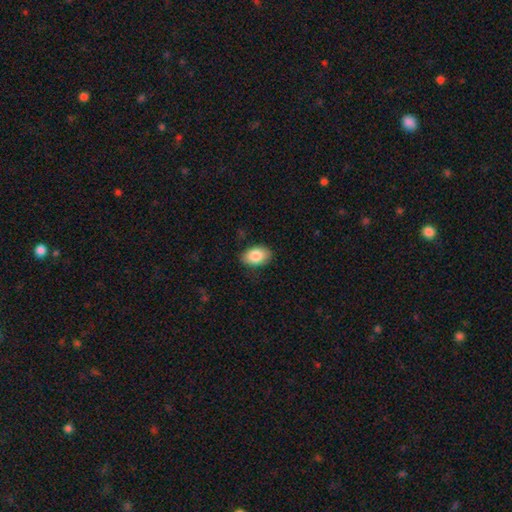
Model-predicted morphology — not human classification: The model was most divided on "merging": none: 85%, minor disturbance: 11%, major disturbance: 2%, merger: 1%. More confident: how rounded — in between (88%); smooth or featured — smooth (85%).